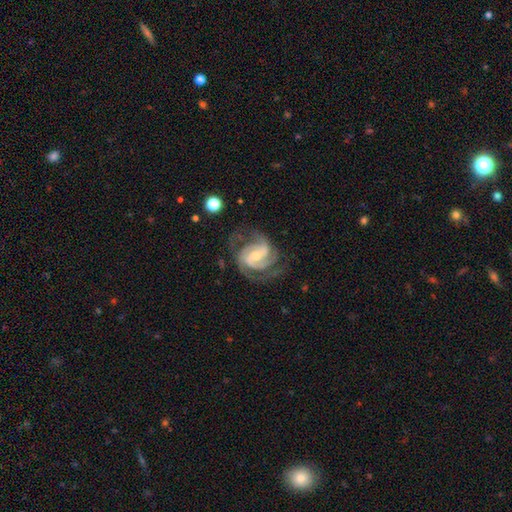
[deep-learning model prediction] The model was most divided on "spiral winding": medium: 46%, tight: 45%, loose: 9%. Remaining: edge-on disk — no (98%); spiral arms — yes (98%); smooth or featured — featured or disk (92%); merging — none (68%); bulge size — moderate (51%); spiral arm count — 3 (45%); bar — weak (42%).